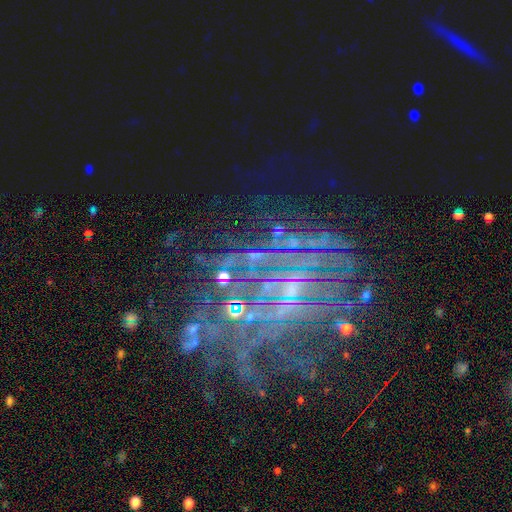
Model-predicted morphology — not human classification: star or artifact 80%, featured or disk 12%, smooth 9%.